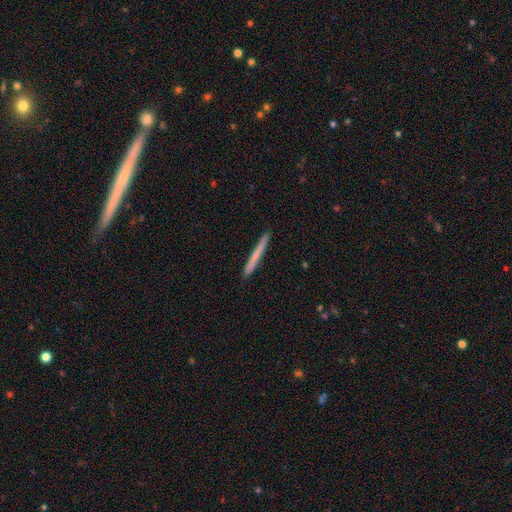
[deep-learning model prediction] smooth_or_featured: smooth (p=0.61) [alt: featured or disk p=0.33]
how_rounded: cigar-shaped (p=0.97) [alt: in between p=0.02]
merging: none (p=0.92) [alt: minor disturbance p=0.06]